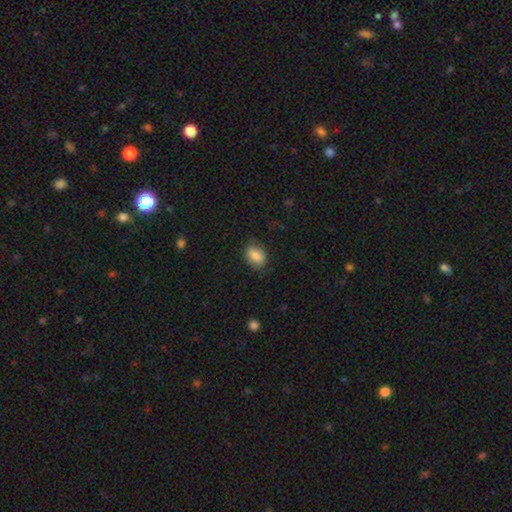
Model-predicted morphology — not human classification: Smooth or featured? Predicted: smooth (p=0.86). How rounded? Predicted: in between (p=0.77). Merging? Predicted: none (p=0.78).